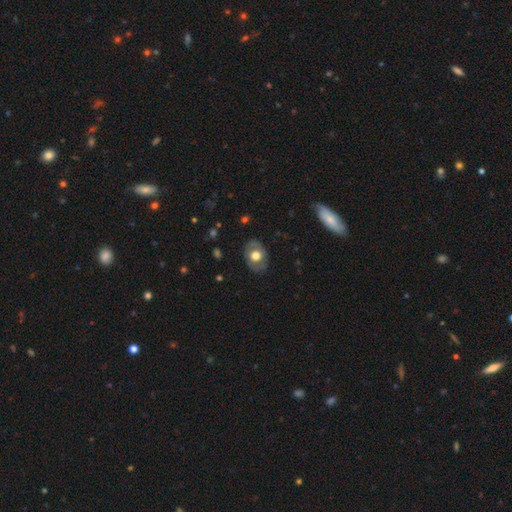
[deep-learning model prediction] Overall: smooth (54%; featured or disk 39%). How rounded: in between (64%; round 35%). Merging: none (80%).